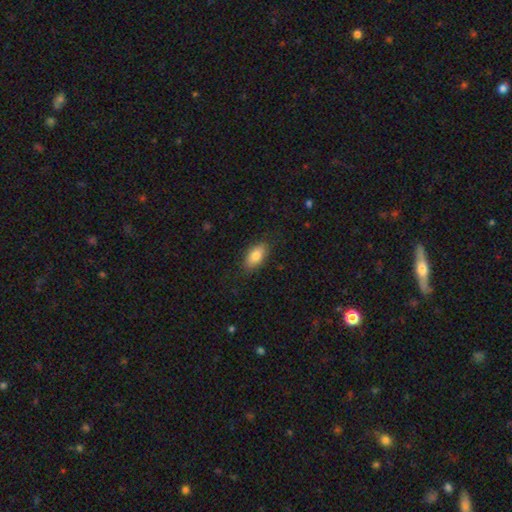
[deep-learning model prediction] Q: Smooth or featured?
A: smooth (82%); runner-up: featured or disk (11%)
Q: How rounded?
A: in between (90%); runner-up: cigar-shaped (6%)
Q: Merging?
A: none (84%); runner-up: minor disturbance (12%)